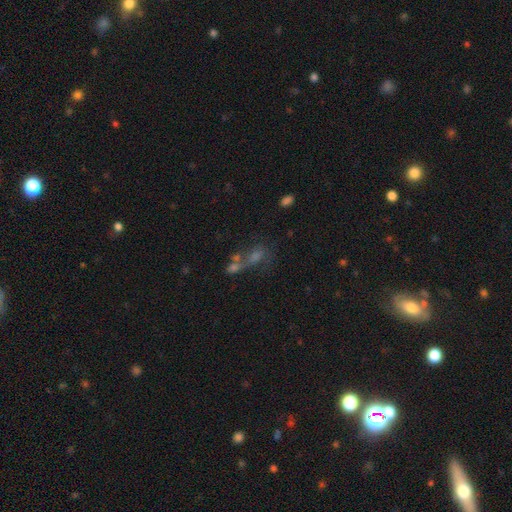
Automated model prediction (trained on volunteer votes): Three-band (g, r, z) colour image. It shows a smooth galaxy with no disk features (40%). Merging: merger (48%).